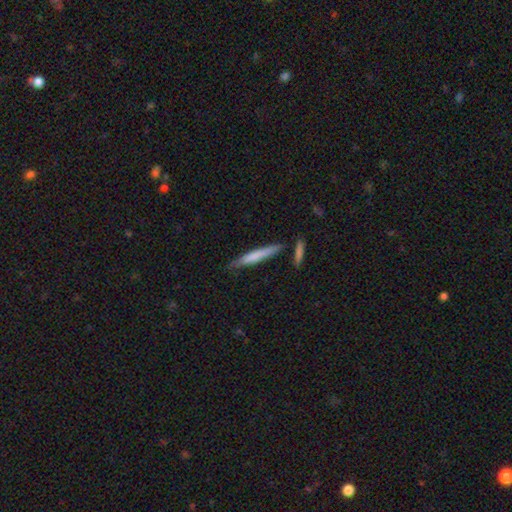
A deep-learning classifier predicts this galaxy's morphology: The model was most divided on "smooth or featured": smooth: 67%, featured or disk: 28%, star or artifact: 5%. More confident: how rounded — cigar-shaped (94%); merging — none (76%).